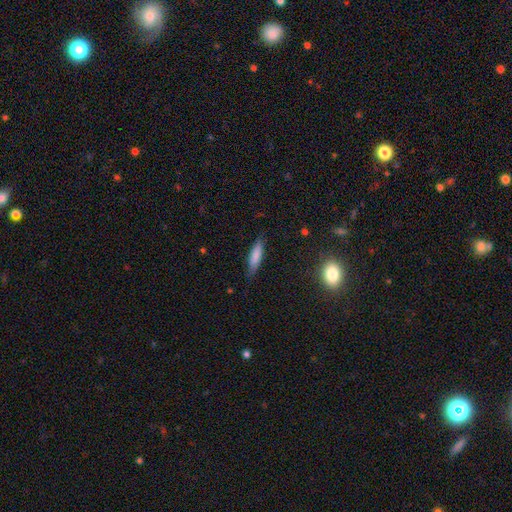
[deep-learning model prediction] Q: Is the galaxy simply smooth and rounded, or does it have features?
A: smooth — 79%.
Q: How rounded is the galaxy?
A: cigar-shaped — 72%.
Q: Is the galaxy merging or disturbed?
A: none — 82%.